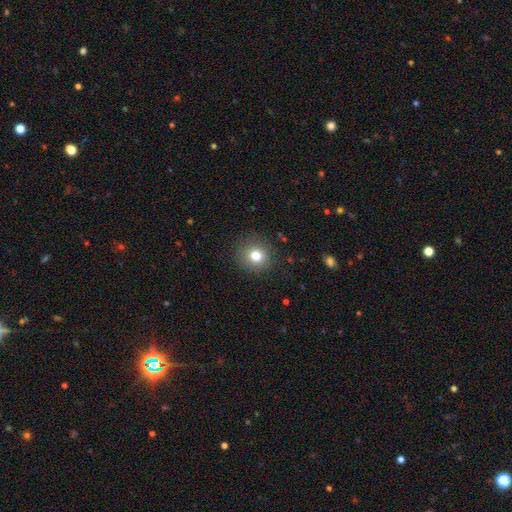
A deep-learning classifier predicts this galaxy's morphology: This appears to be a smooth galaxy with no disk features (78%) that is round (91%). Merging: none (89%).